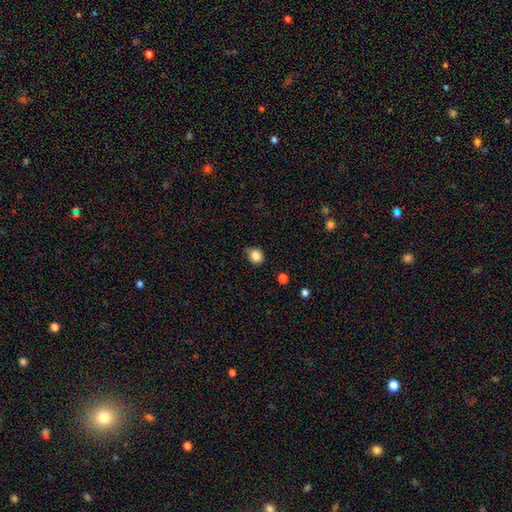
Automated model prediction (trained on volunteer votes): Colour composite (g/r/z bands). It shows a smooth galaxy with no disk features (85%) that is round (75%). Merging: none (64%).